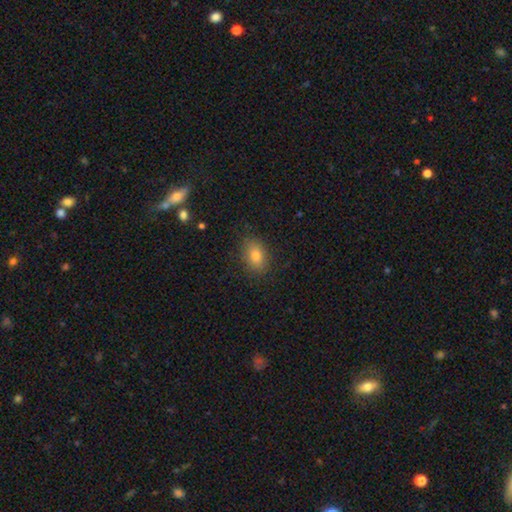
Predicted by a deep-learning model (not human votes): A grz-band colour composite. It shows a smooth galaxy with no disk features (80%) that is in between round and cigar-shaped (79%). Merging: none (86%).